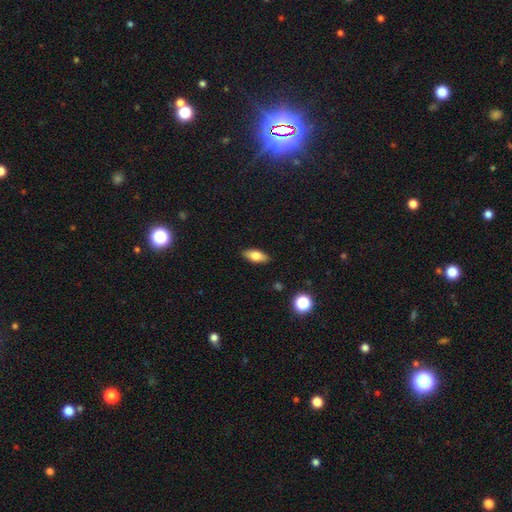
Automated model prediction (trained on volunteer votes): smooth-or-featured: smooth: 73% | featured or disk: 20% | star or artifact: 8%
  how-rounded: in between: 81% | cigar-shaped: 15% | round: 4%
  merging: none: 89% | minor disturbance: 8% | major disturbance: 2% | merger: 1%